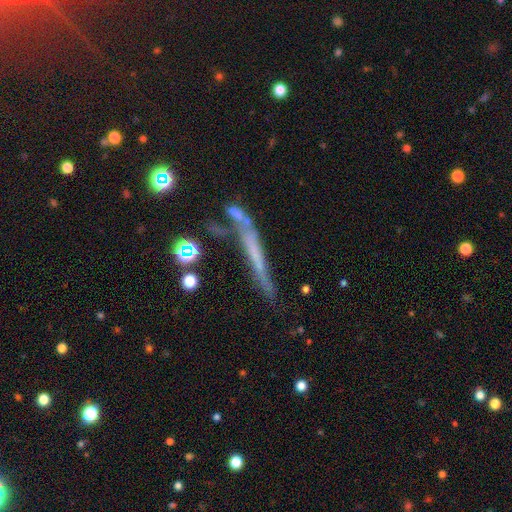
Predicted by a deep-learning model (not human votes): This appears to be a featured or disk galaxy (51%) viewed edge-on (88%). Merging: none (63%).